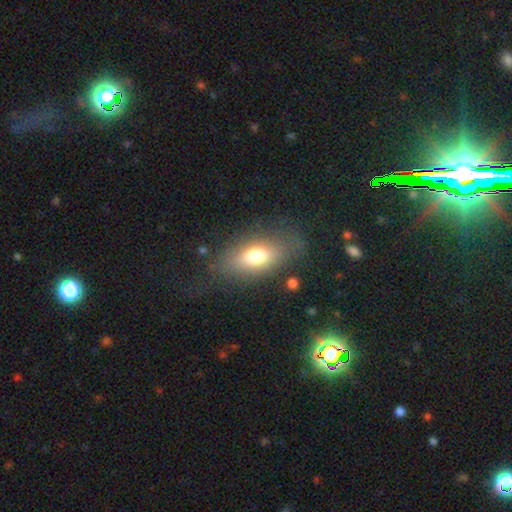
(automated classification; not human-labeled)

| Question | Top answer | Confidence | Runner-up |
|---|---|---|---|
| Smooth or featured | smooth | 71% | featured or disk (19%) |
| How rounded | in between | 85% | cigar-shaped (9%) |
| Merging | none | 72% | minor disturbance (16%) |